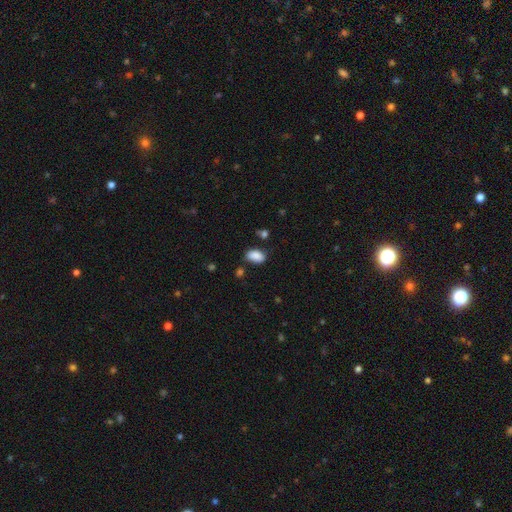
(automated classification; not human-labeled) This appears to be a smooth galaxy with no disk features (88%) that is in between round and cigar-shaped (92%). Merging: none (72%).